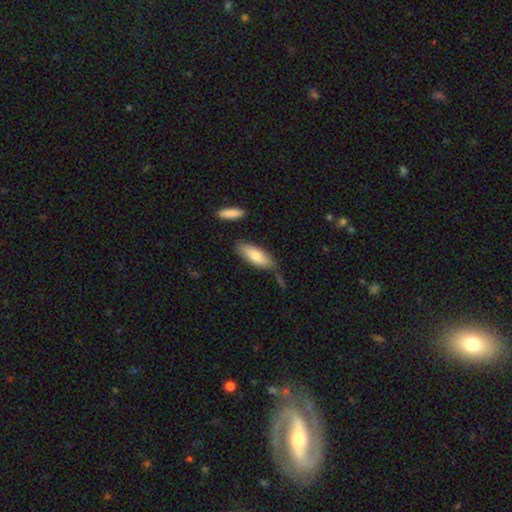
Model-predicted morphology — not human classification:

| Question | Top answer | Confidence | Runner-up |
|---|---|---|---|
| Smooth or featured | smooth | 78% | featured or disk (16%) |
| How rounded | in between | 66% | cigar-shaped (33%) |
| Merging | none | 67% | minor disturbance (19%) |